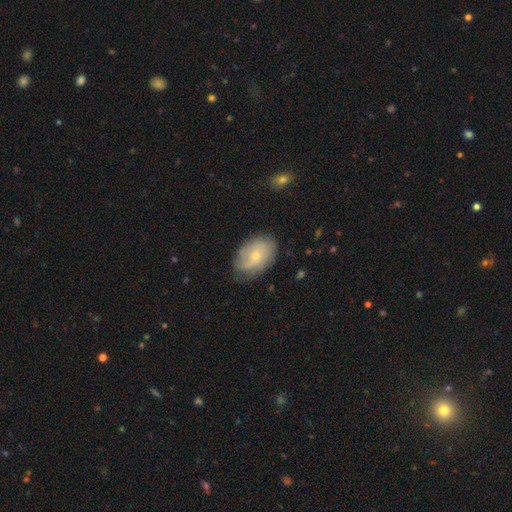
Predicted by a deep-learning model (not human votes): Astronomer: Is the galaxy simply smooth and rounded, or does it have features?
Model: featured or disk — 47% (runner-up: smooth, 45%).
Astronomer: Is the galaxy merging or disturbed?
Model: none — 69%.